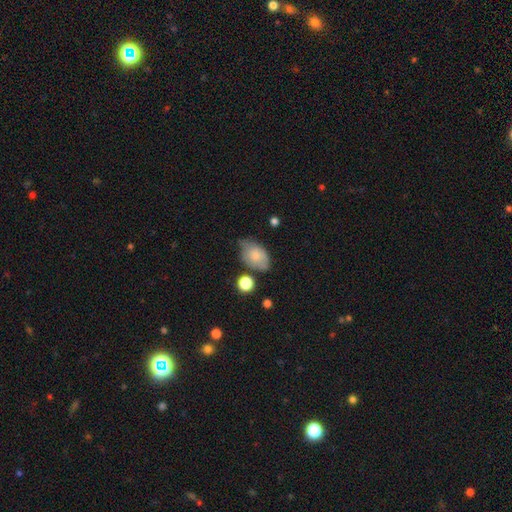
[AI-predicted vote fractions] Morphology: type=smooth (69%); roundness=in between (86%); merging=none (47%).